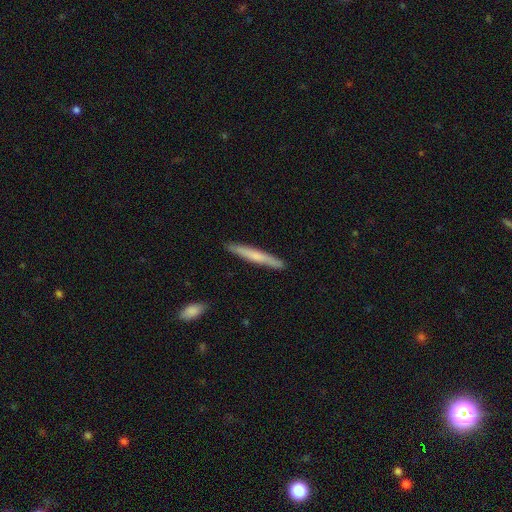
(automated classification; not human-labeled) Smooth or featured? Predicted: smooth (p=0.60). How rounded? Predicted: cigar-shaped (p=0.96). Merging? Predicted: none (p=0.90).